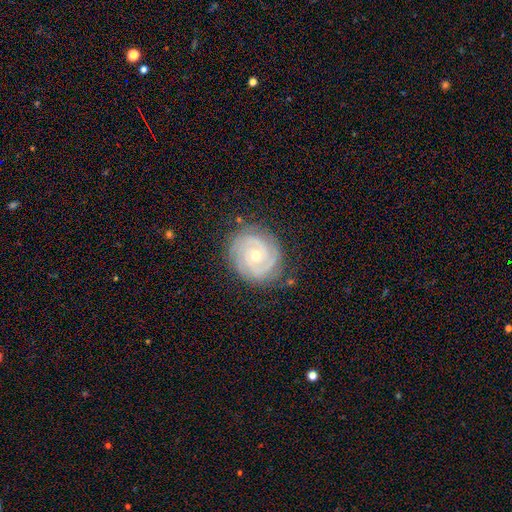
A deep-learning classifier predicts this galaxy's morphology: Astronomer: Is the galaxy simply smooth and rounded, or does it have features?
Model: featured or disk — 89%.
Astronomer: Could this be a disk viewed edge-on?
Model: no — 98%.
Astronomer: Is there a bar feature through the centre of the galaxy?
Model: no — 72%.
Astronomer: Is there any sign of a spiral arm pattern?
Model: yes — 98%.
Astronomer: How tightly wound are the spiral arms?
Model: tight — 80%.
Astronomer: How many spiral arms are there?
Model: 2 — 46% (runner-up: 3, 29%).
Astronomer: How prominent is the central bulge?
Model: small — 58% (runner-up: moderate, 39%).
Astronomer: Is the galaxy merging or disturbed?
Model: none — 82%.